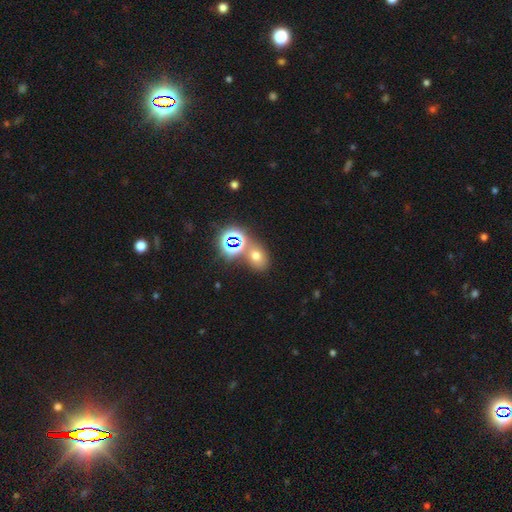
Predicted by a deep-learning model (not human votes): This appears to be a smooth galaxy with no disk features (57%) that is in between round and cigar-shaped (59%). Merging: none (63%).